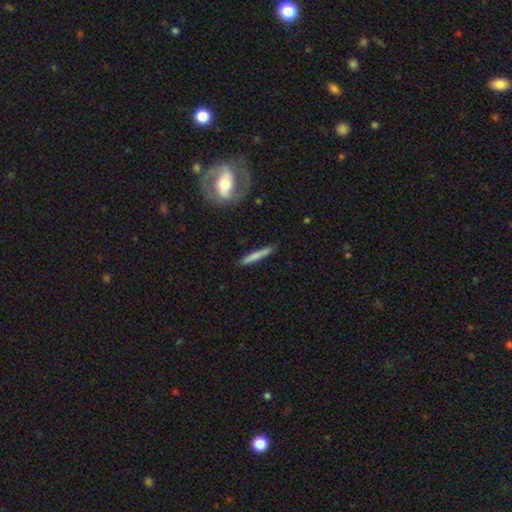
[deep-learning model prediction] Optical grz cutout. It shows a smooth galaxy with no disk features (69%) that is cigar-shaped (95%). Merging: none (88%).